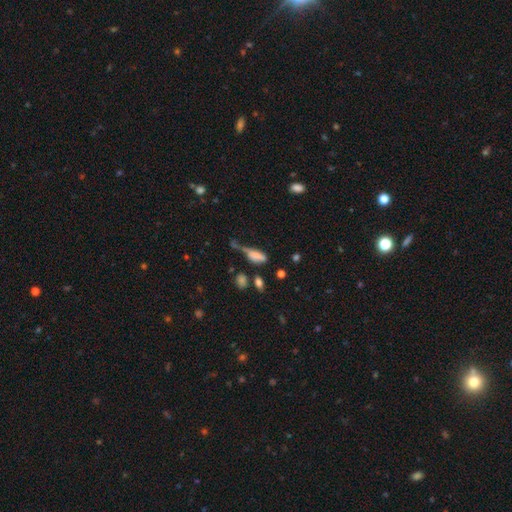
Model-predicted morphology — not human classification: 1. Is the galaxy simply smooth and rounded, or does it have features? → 66% smooth, 23% featured or disk, 12% star or artifact.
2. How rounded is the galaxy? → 70% in between, 25% cigar-shaped, 5% round.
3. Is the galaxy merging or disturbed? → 28% major disturbance, 27% none, 26% minor disturbance, 20% merger.